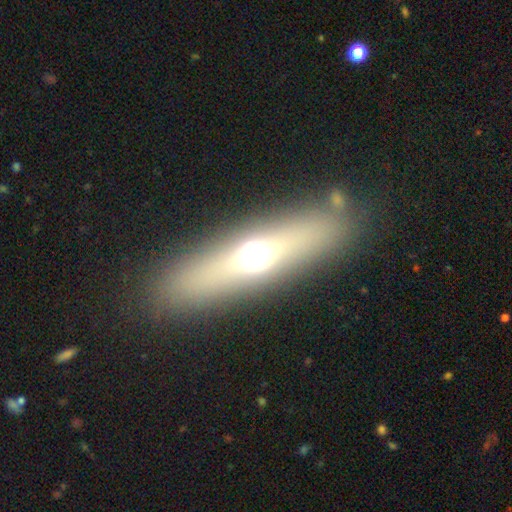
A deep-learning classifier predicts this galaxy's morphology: smooth-or-featured: featured or disk: 47% | smooth: 40% | star or artifact: 12%
  merging: none: 87% | minor disturbance: 7% | major disturbance: 4% | merger: 2%